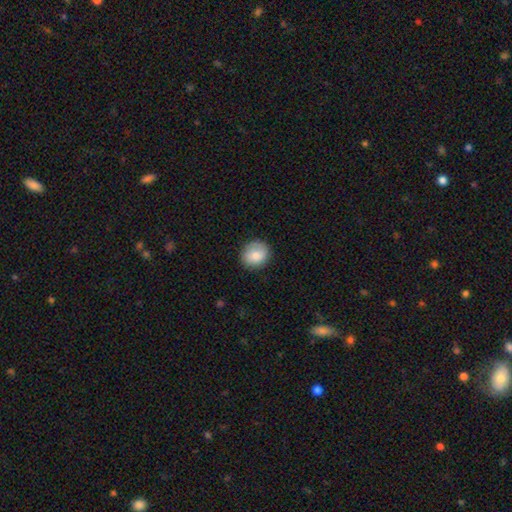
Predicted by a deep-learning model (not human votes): The model was most divided on "how rounded": round: 80%, in between: 19%, cigar-shaped: 1%. More confident: merging — none (85%); smooth or featured — smooth (82%).